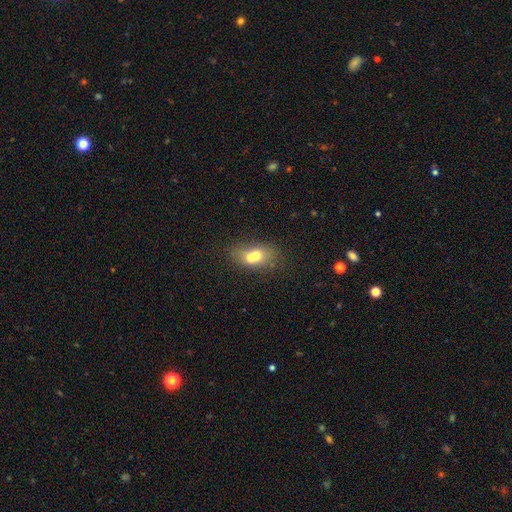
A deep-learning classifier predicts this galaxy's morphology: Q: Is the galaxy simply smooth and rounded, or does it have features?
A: smooth — 62%.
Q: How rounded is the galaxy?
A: in between — 68%.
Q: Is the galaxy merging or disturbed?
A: merger — 58%.